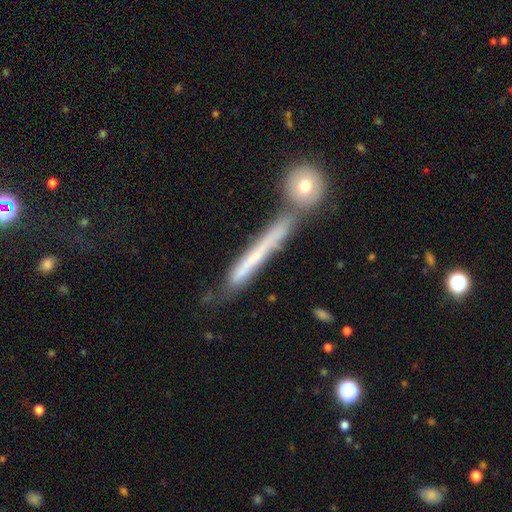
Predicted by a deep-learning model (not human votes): Smooth or featured?
  - featured or disk: 49% *
  - smooth: 43%
  - star or artifact: 8%
Merging?
  - none: 63% *
  - minor disturbance: 19%
  - merger: 12%
  - major disturbance: 6%